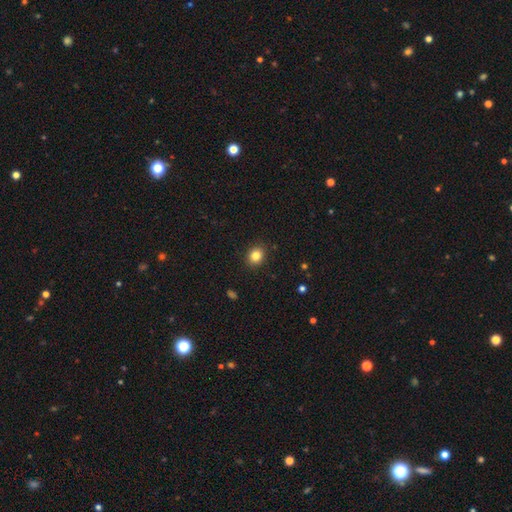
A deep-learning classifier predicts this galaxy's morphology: type=smooth (83%); roundness=round (70%); merging=none (90%).